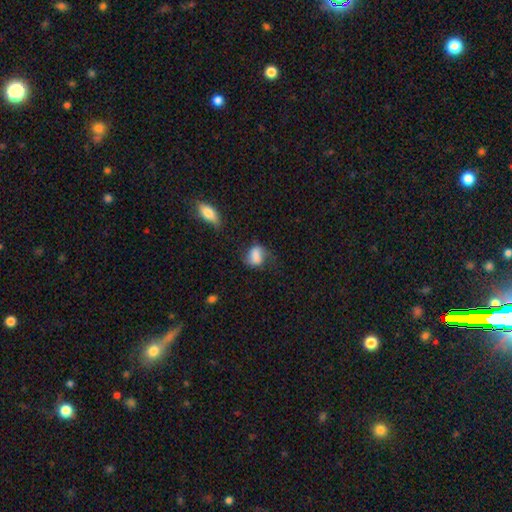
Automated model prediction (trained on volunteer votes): Smooth or featured: smooth — 72% (featured or disk — 18%)
How rounded: in between — 69% (round — 28%)
Merging: none — 43% (minor disturbance — 32%)